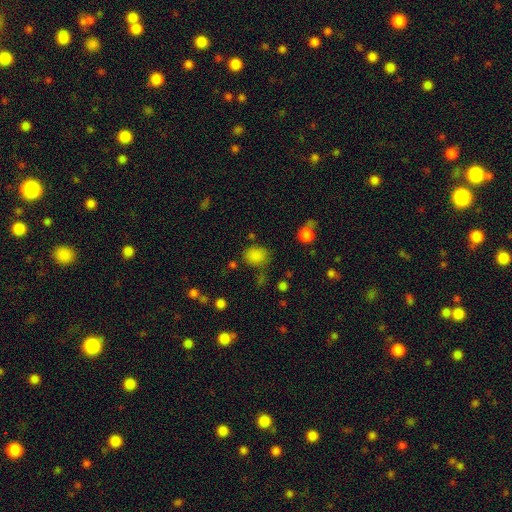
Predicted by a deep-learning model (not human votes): Smooth or featured? smooth (81%)
How rounded? round (54%)
Merging? none (69%)